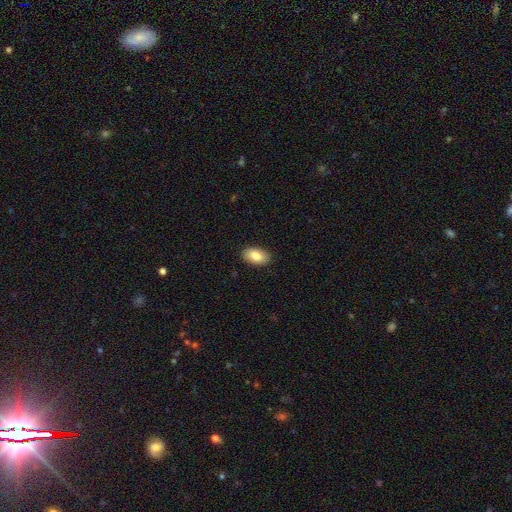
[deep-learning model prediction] This is clearly a smooth galaxy (84%). How rounded: clearly in between (94%). Merging: clearly none (90%).